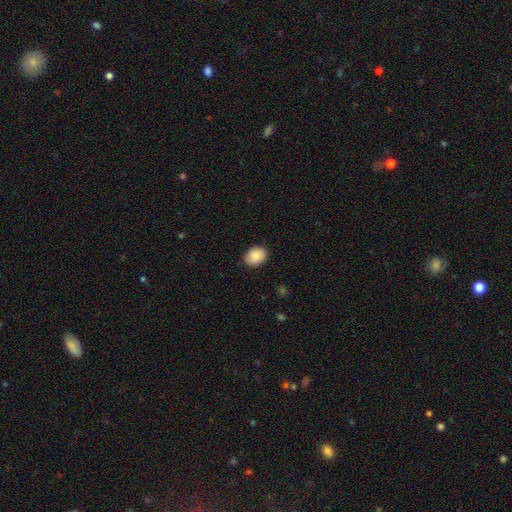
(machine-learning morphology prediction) Smooth or featured? Predicted: smooth (p=0.89). How rounded? Predicted: in between (p=0.71). Merging? Predicted: none (p=0.87).